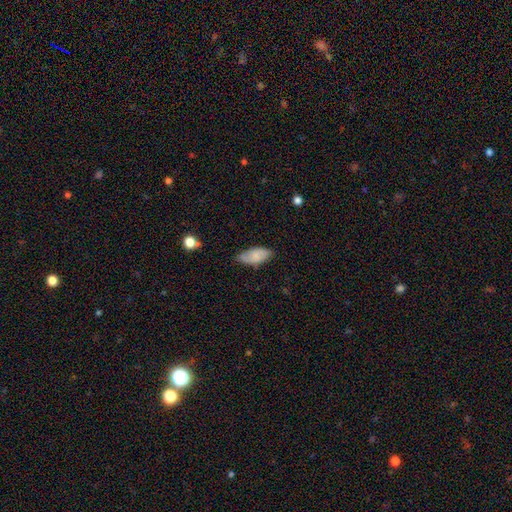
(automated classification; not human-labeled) Smooth or featured: smooth — 80% (featured or disk — 13%)
How rounded: in between — 90% (cigar-shaped — 8%)
Merging: none — 72% (minor disturbance — 23%)